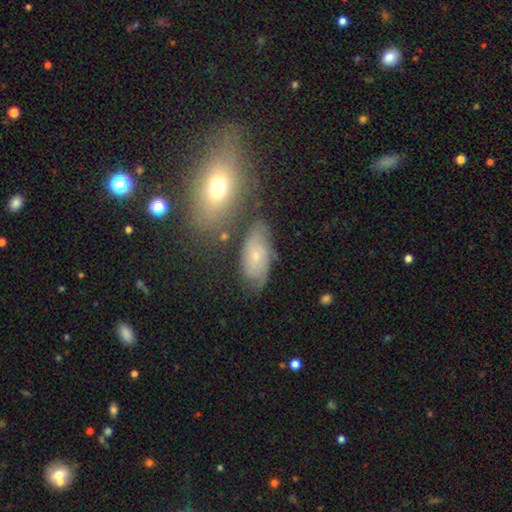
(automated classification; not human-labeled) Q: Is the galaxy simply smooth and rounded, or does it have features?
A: featured or disk — 48%.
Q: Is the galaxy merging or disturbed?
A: none — 61%.